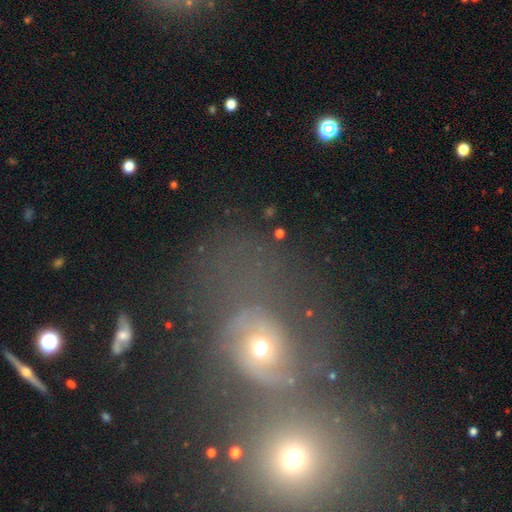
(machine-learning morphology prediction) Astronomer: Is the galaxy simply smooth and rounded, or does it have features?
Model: featured or disk — 40% (runner-up: smooth, 35%).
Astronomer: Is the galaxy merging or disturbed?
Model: merger — 36% (runner-up: none, 30%).